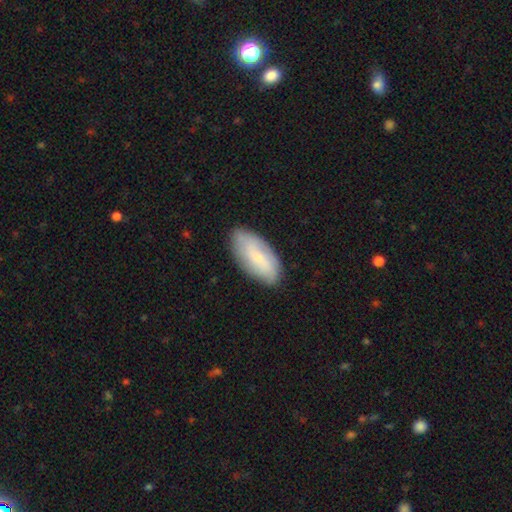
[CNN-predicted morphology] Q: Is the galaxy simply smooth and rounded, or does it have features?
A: smooth — 59%.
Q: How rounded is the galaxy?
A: in between — 90%.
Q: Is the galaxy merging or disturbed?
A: none — 83%.